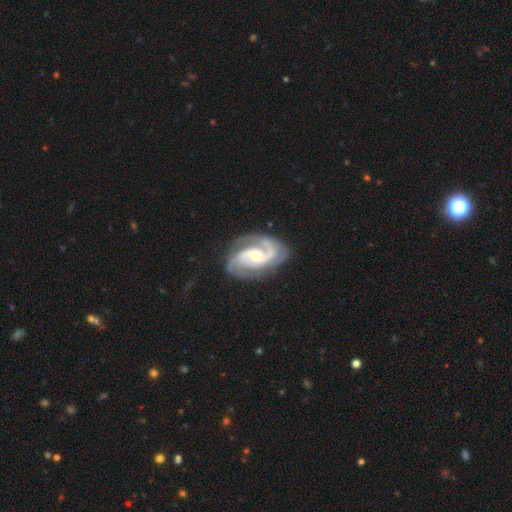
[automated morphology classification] A featured or disk galaxy (90%) with no bar (49%), 2 (80%) medium (51%) spiral arms (98%) and a moderate central bulge (49%). Merging: none (74%).